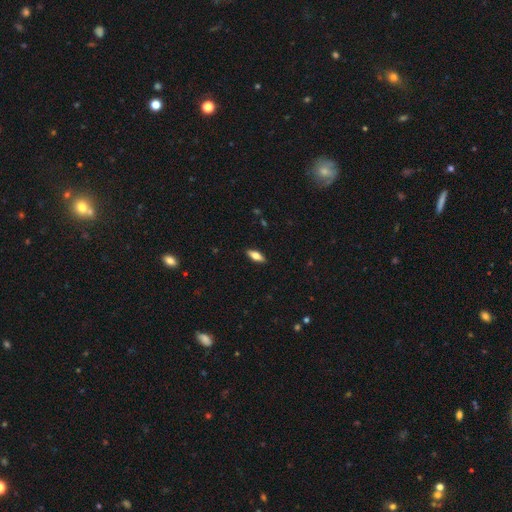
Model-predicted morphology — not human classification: The model was most divided on "smooth or featured": smooth: 65%, featured or disk: 28%, star or artifact: 7%. More confident: merging — none (89%); how rounded — in between (70%).